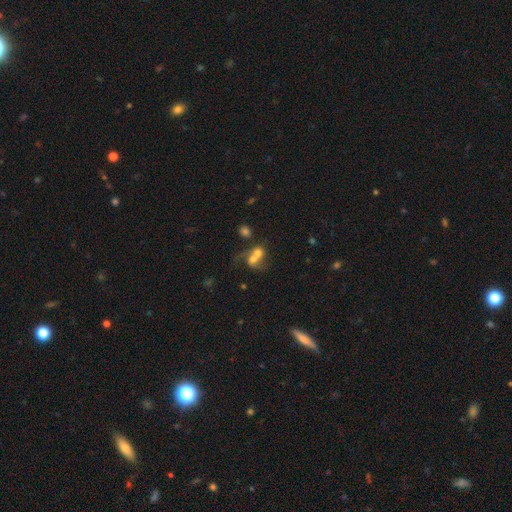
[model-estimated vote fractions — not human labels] A smooth galaxy with no disk features (55%) that is round (59%). Merging: merger (72%).